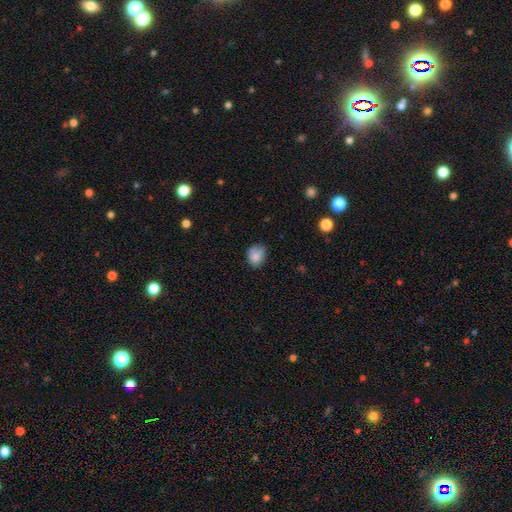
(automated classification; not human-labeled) Overall: smooth (83%). How rounded: in between (52%; round 47%). Merging: none (64%; minor disturbance 27%).